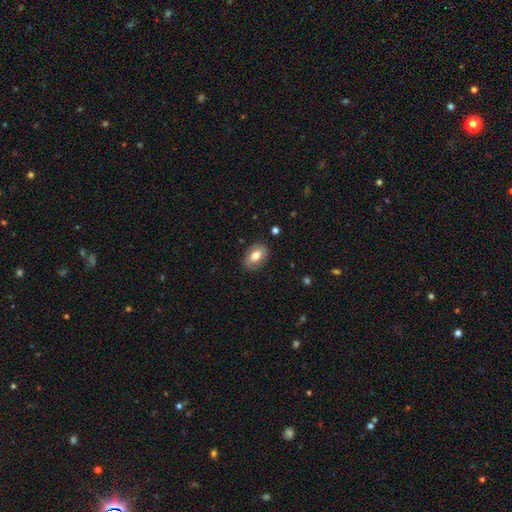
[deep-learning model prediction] The model was most divided on "smooth or featured": smooth: 67%, featured or disk: 26%, star or artifact: 7%. More confident: merging — none (83%); how rounded — in between (81%).